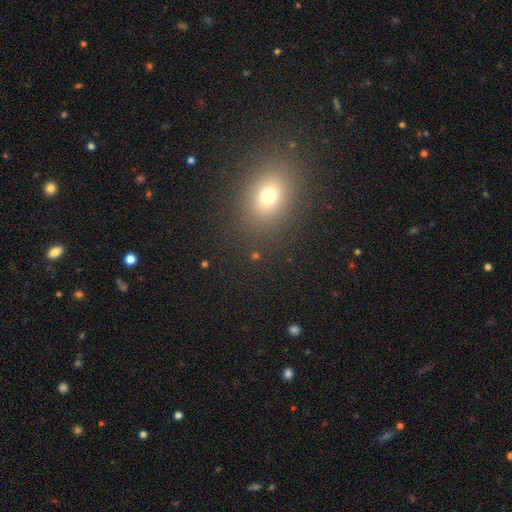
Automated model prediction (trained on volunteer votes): This appears to be a smooth galaxy with no disk features (63%) that is round (55%). Merging: none (86%).